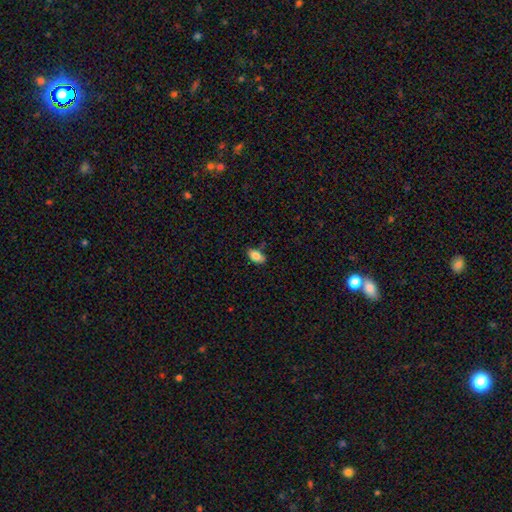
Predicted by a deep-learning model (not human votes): smooth_or_featured: smooth (p=0.85) [alt: star or artifact p=0.08]
how_rounded: in between (p=0.91) [alt: round p=0.06]
merging: none (p=0.73) [alt: minor disturbance p=0.20]